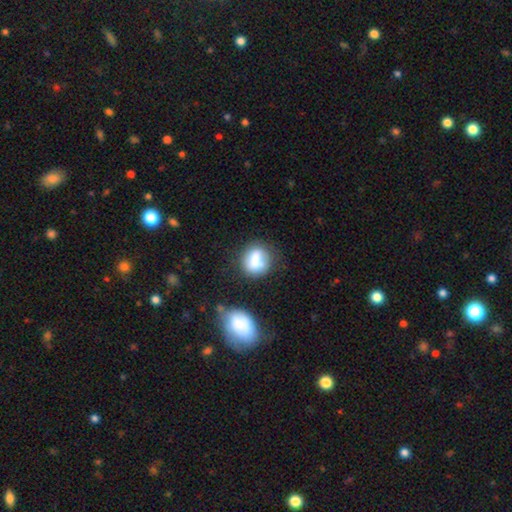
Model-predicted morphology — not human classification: type=smooth (72%); roundness=round (58%); merging=none (57%).